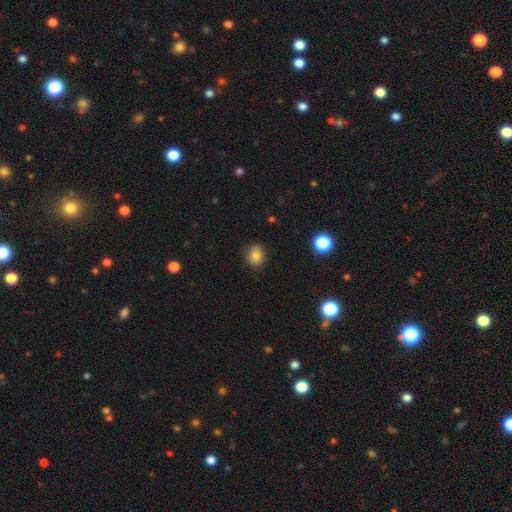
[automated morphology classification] Smooth or featured?
  - smooth: 81% *
  - star or artifact: 12%
  - featured or disk: 8%
How rounded?
  - round: 72% *
  - in between: 27%
  - cigar-shaped: 1%
Merging?
  - none: 83% *
  - minor disturbance: 13%
  - major disturbance: 3%
  - merger: 1%